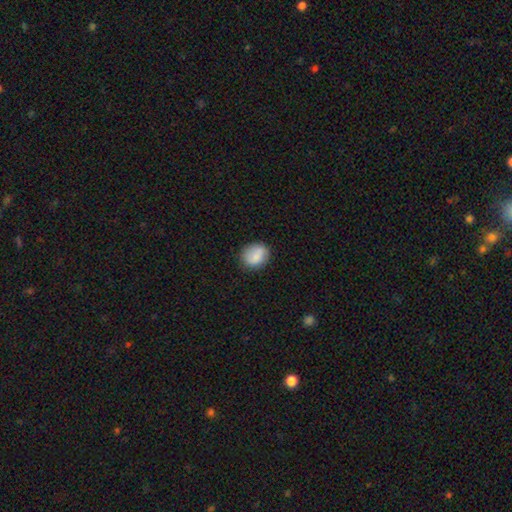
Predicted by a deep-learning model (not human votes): A smooth galaxy with no disk features (85%) that is round (61%).

Vote fractions:
- Smooth or featured? smooth: 85% / featured or disk: 8% / star or artifact: 7%
- How rounded? round: 61% / in between: 38% / cigar-shaped: 1%
- Merging? none: 82% / minor disturbance: 14% / major disturbance: 3% / merger: 1%